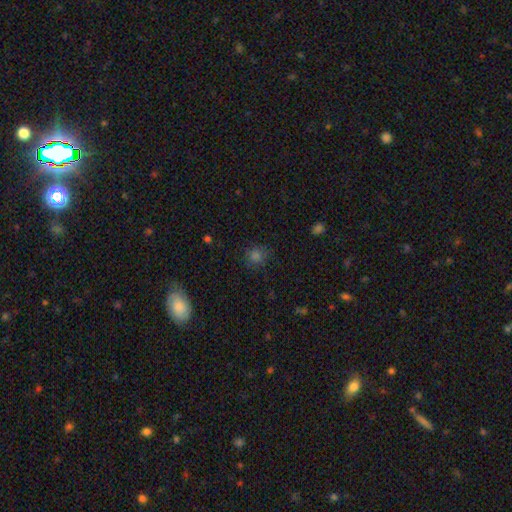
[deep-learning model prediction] This is likely a smooth galaxy (71%). How rounded: likely round (80%). Merging: clearly none (82%).